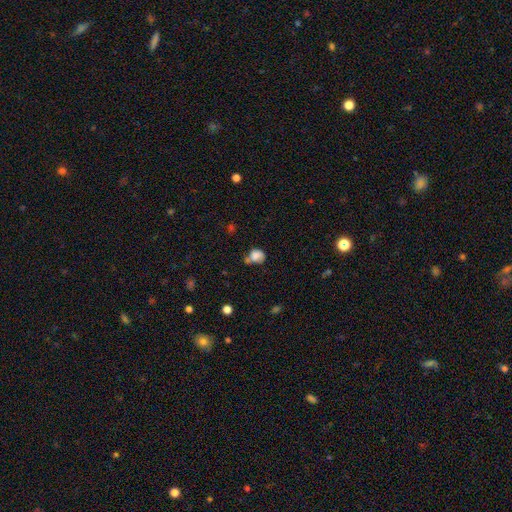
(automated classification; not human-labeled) A smooth galaxy with no disk features (77%) that is round (55%).

Vote fractions:
- Smooth or featured? smooth: 77% / featured or disk: 12% / star or artifact: 10%
- How rounded? round: 55% / in between: 44% / cigar-shaped: 1%
- Merging? none: 38% / minor disturbance: 27% / merger: 22% / major disturbance: 13%